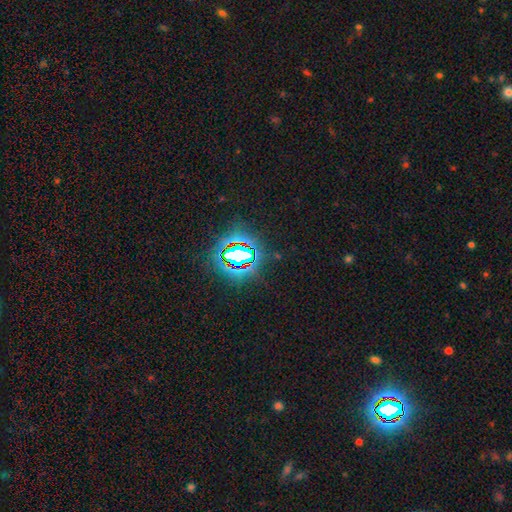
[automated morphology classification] star or artifact 80%, smooth 12%, featured or disk 8%.